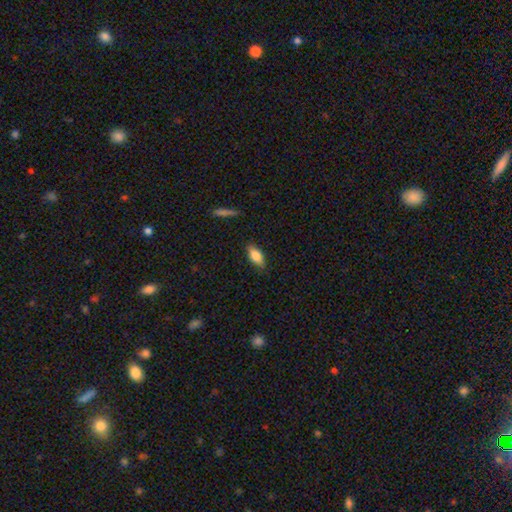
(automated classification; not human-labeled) Morphology: type=smooth (78%); roundness=in between (81%); merging=none (83%).